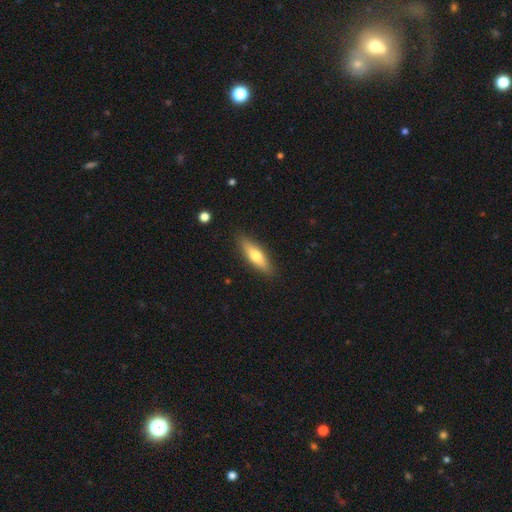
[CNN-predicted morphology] Smooth or featured?
  - smooth: 63% *
  - featured or disk: 31%
  - star or artifact: 6%
How rounded?
  - cigar-shaped: 57% *
  - in between: 41%
  - round: 2%
Merging?
  - none: 88% *
  - minor disturbance: 9%
  - major disturbance: 2%
  - merger: 1%